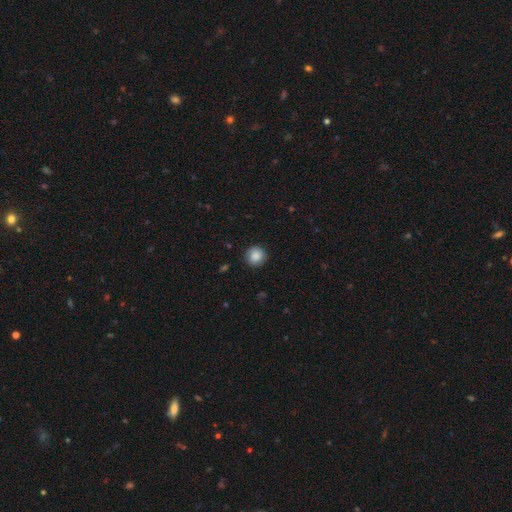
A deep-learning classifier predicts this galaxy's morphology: Smooth or featured? Predicted: smooth (p=0.87). How rounded? Predicted: round (p=0.94). Merging? Predicted: none (p=0.90).